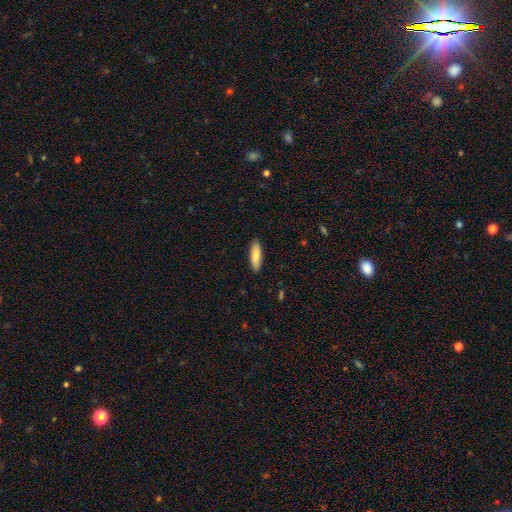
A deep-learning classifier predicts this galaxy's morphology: Smooth or featured?
  - smooth: 81% *
  - featured or disk: 14%
  - star or artifact: 6%
How rounded?
  - cigar-shaped: 59% *
  - in between: 40%
  - round: 2%
Merging?
  - none: 89% *
  - minor disturbance: 9%
  - major disturbance: 2%
  - merger: 1%